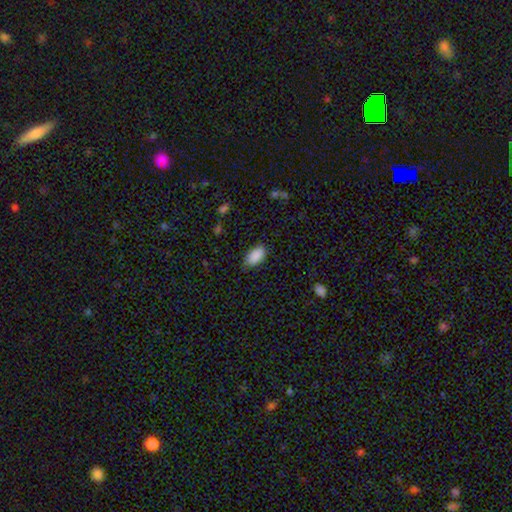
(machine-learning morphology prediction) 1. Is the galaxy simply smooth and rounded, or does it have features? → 90% smooth, 7% star or artifact, 3% featured or disk.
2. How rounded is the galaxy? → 94% in between, 3% cigar-shaped, 3% round.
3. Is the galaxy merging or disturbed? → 80% none, 16% minor disturbance, 3% major disturbance, 1% merger.